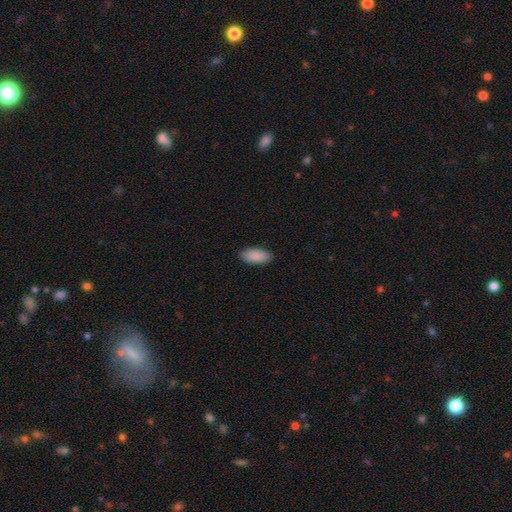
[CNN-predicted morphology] This appears to be a smooth galaxy with no disk features (91%) that is in between round and cigar-shaped (90%). Merging: none (89%).